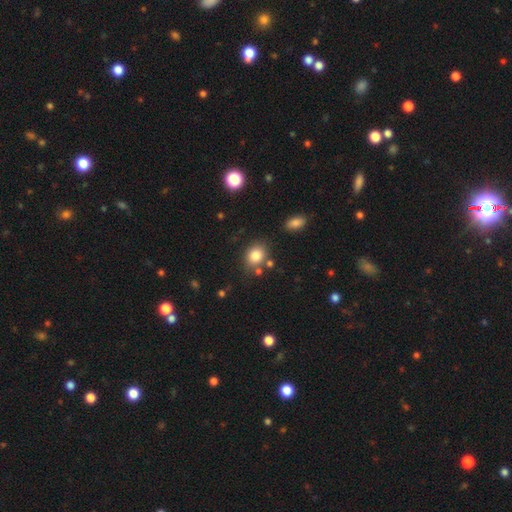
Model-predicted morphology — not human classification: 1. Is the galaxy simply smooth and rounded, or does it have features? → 83% smooth, 10% star or artifact, 7% featured or disk.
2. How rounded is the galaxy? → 57% round, 42% in between, 1% cigar-shaped.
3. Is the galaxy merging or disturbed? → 74% none, 13% minor disturbance, 9% merger, 4% major disturbance.